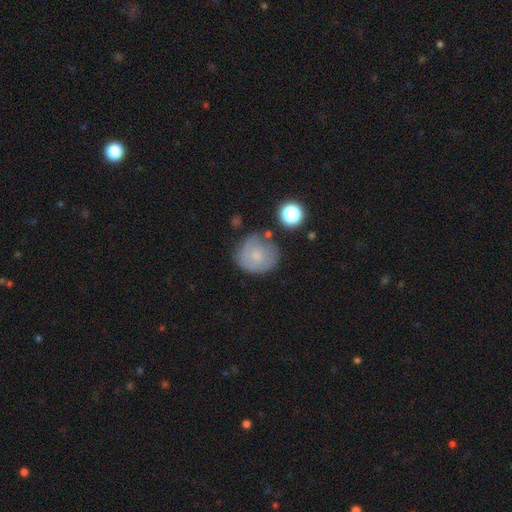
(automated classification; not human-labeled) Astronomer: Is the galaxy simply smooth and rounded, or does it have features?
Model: smooth — 58%.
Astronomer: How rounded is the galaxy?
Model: round — 85%.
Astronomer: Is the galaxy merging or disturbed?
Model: none — 61%.